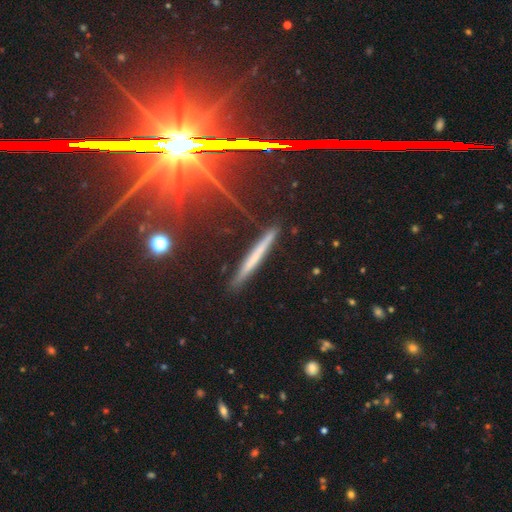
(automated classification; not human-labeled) This is possibly a smooth galaxy (47%). Merging: clearly none (88%).